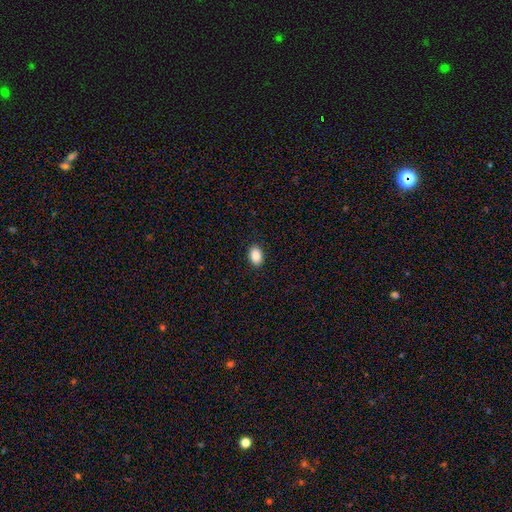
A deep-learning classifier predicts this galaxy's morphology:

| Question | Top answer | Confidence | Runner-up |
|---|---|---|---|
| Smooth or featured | smooth | 89% | star or artifact (8%) |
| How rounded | in between | 86% | round (13%) |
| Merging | none | 91% | minor disturbance (7%) |